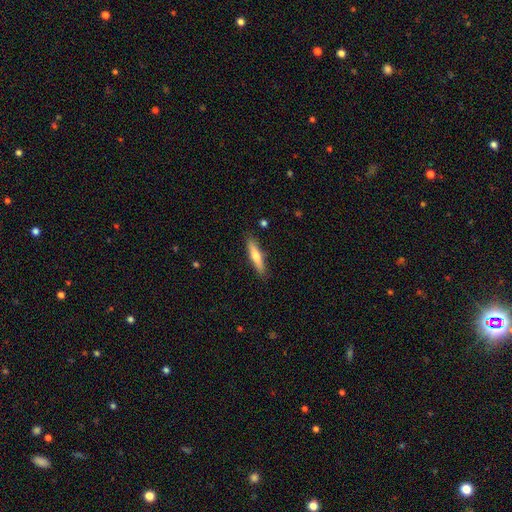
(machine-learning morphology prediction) smooth-or-featured: smooth: 63% | featured or disk: 32% | star or artifact: 6%
  how-rounded: cigar-shaped: 82% | in between: 16% | round: 2%
  merging: none: 87% | minor disturbance: 10% | major disturbance: 2% | merger: 2%